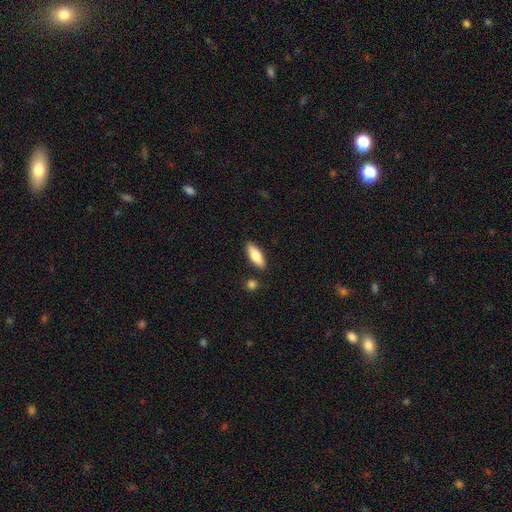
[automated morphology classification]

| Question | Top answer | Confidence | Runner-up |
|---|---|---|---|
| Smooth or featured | smooth | 76% | featured or disk (19%) |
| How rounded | in between | 64% | cigar-shaped (33%) |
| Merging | none | 85% | minor disturbance (9%) |